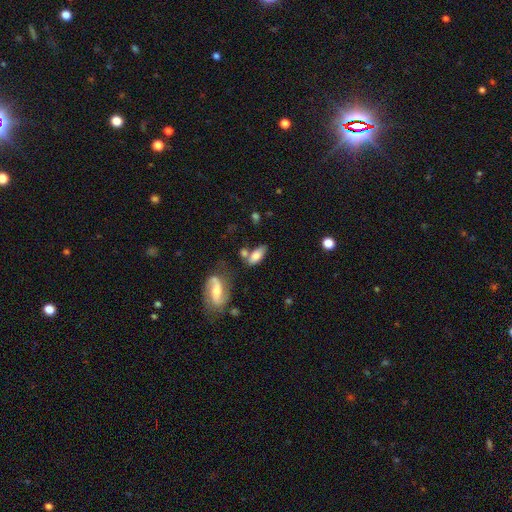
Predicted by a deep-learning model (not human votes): A smooth galaxy with no disk features (70%) that is in between round and cigar-shaped (83%).

Vote fractions:
- Smooth or featured? smooth: 70% / featured or disk: 23% / star or artifact: 8%
- How rounded? in between: 83% / cigar-shaped: 13% / round: 4%
- Merging? none: 58% / minor disturbance: 18% / merger: 17% / major disturbance: 7%